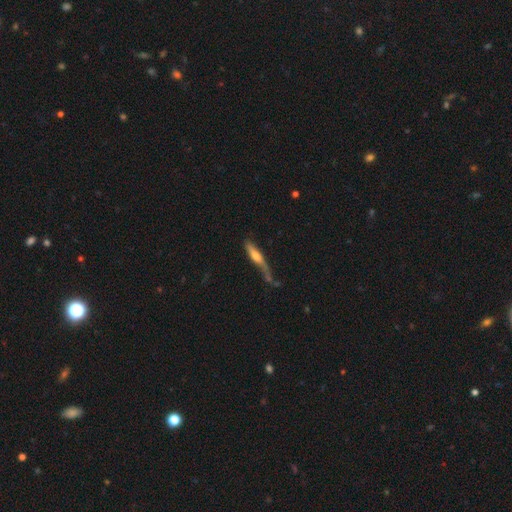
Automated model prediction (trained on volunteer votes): A smooth galaxy with no disk features (50%) that is cigar-shaped (80%).

Vote fractions:
- Smooth or featured? smooth: 50% / featured or disk: 43% / star or artifact: 7%
- How rounded? cigar-shaped: 80% / in between: 18% / round: 2%
- Merging? none: 35% / minor disturbance: 29% / major disturbance: 24% / merger: 12%